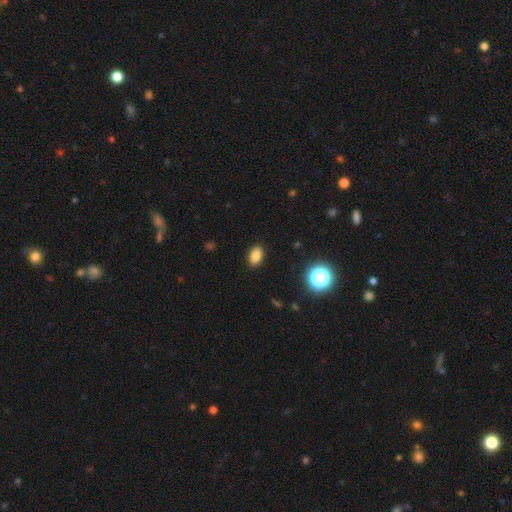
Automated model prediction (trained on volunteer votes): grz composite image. It shows a smooth galaxy with no disk features (83%) that is in between round and cigar-shaped (83%). Merging: none (90%).